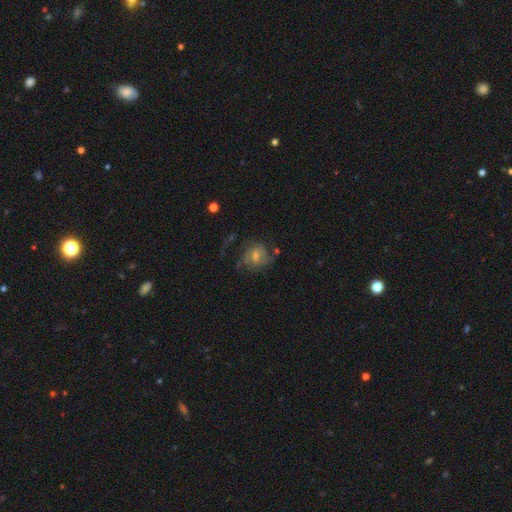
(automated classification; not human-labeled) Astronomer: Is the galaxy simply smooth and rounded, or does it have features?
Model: featured or disk — 63%.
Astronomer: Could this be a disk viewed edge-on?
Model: no — 97%.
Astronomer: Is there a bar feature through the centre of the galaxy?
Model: no — 49% (runner-up: weak, 42%).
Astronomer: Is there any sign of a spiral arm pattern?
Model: yes — 86%.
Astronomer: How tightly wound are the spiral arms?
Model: tight — 42% (runner-up: medium, 41%).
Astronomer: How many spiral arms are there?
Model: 2 — 44% (runner-up: can't tell, 32%).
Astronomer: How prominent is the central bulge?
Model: moderate — 50% (runner-up: small, 38%).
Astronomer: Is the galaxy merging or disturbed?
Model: none — 63%.